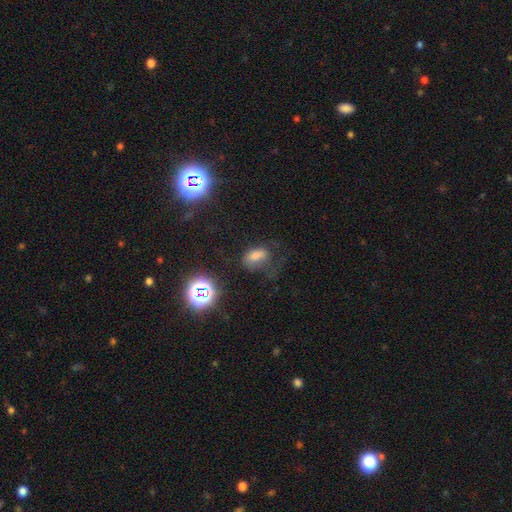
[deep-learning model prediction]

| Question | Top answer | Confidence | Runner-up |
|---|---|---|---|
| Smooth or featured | smooth | 62% | star or artifact (23%) |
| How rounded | in between | 85% | round (12%) |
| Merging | none | 42% | major disturbance (30%) |